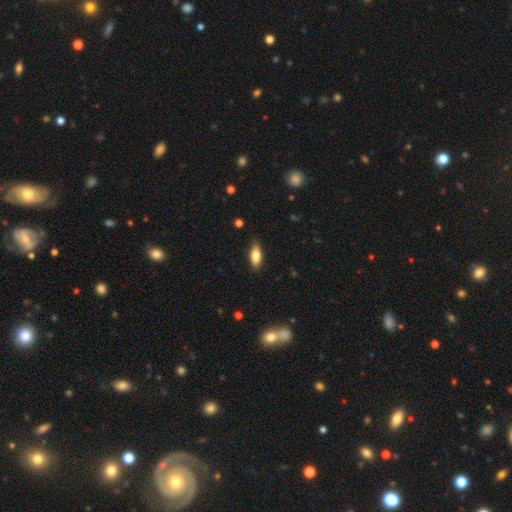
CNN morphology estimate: A smooth galaxy with no disk features (79%) that is in between round and cigar-shaped (74%).

Vote fractions:
- Smooth or featured? smooth: 79% / featured or disk: 14% / star or artifact: 7%
- How rounded? in between: 74% / cigar-shaped: 24% / round: 2%
- Merging? none: 84% / minor disturbance: 13% / major disturbance: 2% / merger: 1%